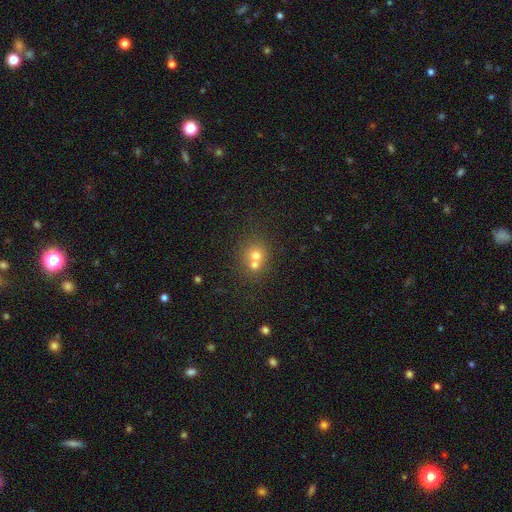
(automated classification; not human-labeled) Overall: smooth (67%). How rounded: round (81%). Merging: merger (54%; none 37%).